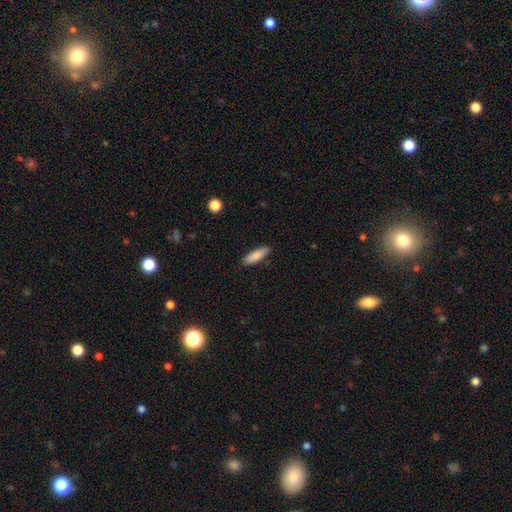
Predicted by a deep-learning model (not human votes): Smooth or featured? Predicted: smooth (p=0.85). How rounded? Predicted: cigar-shaped (p=0.51). Merging? Predicted: none (p=0.88).